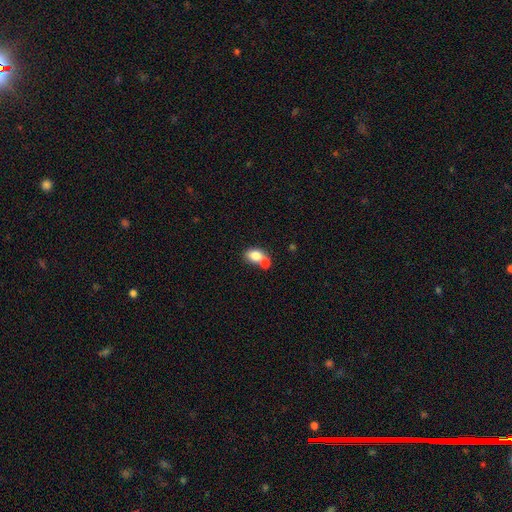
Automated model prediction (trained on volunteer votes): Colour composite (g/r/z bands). It shows a smooth galaxy with no disk features (78%) that is in between round and cigar-shaped (66%). Merging: merger (56%).